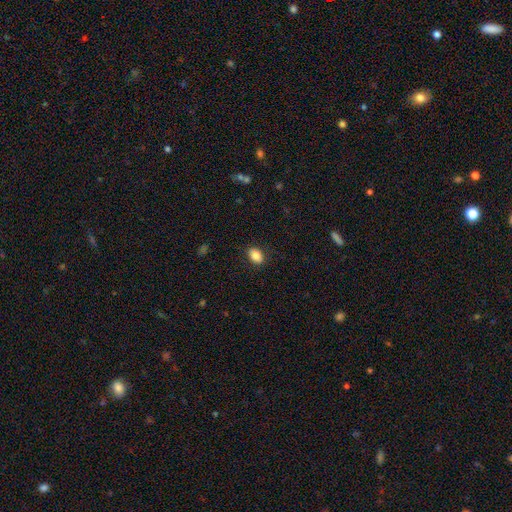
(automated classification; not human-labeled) Smooth or featured?
  - smooth: 85% *
  - star or artifact: 8%
  - featured or disk: 7%
How rounded?
  - in between: 80% *
  - round: 19%
  - cigar-shaped: 1%
Merging?
  - none: 87% *
  - minor disturbance: 10%
  - major disturbance: 3%
  - merger: 1%